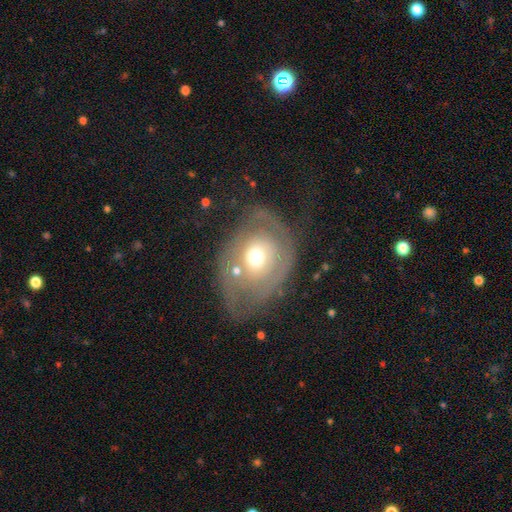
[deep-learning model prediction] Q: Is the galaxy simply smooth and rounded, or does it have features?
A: featured or disk — 61%.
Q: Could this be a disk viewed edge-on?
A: no — 95%.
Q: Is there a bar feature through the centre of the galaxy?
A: no — 84%.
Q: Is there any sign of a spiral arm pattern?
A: yes — 53%.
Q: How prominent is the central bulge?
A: moderate — 67%.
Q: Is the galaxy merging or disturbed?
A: none — 41%.